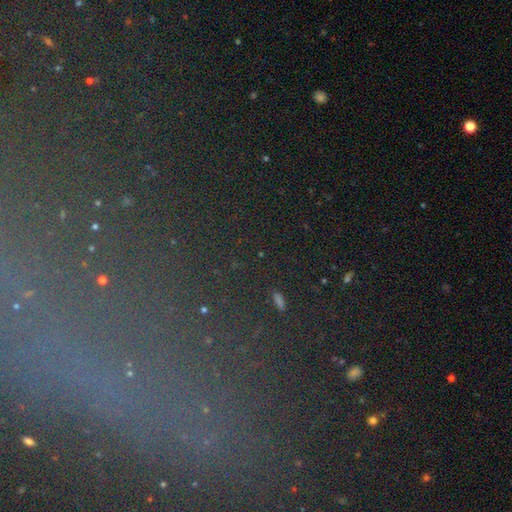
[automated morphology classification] smooth_or_featured: star or artifact (p=0.71) [alt: smooth p=0.16]